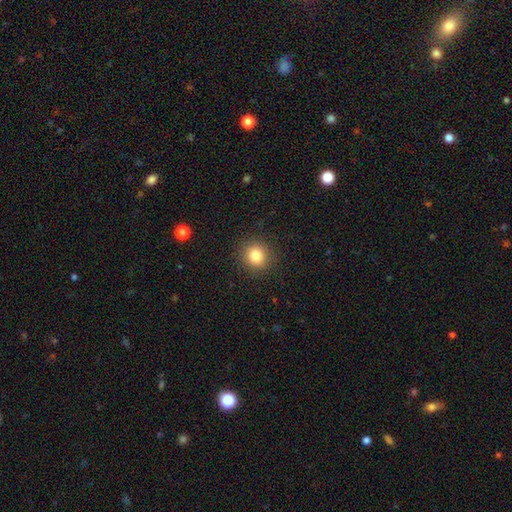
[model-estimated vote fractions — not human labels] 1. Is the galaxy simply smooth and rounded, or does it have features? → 82% smooth, 11% star or artifact, 6% featured or disk.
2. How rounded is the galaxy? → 86% round, 13% in between, 1% cigar-shaped.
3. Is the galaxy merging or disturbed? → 90% none, 7% minor disturbance, 2% major disturbance, 1% merger.